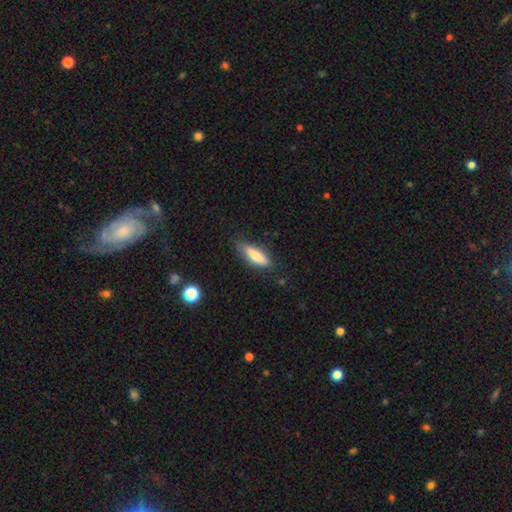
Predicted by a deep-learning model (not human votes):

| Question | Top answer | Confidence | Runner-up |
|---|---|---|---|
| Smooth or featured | smooth | 72% | featured or disk (21%) |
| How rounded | cigar-shaped | 55% | in between (43%) |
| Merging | none | 76% | minor disturbance (18%) |